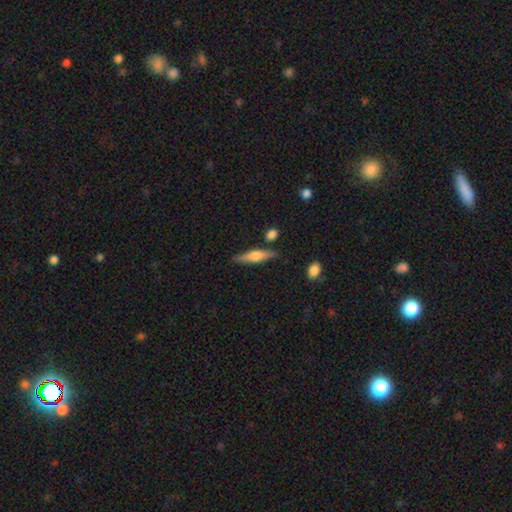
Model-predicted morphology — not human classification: Q: Smooth or featured?
A: featured or disk (50%); runner-up: smooth (44%)
Q: Edge-on disk?
A: yes (94%); runner-up: no (6%)
Q: Merging?
A: none (82%); runner-up: minor disturbance (11%)